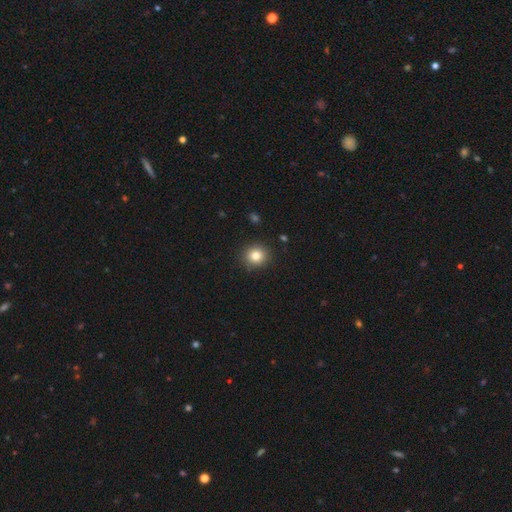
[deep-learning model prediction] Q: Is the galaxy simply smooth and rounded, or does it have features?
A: smooth — 82%.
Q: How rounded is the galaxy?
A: round — 89%.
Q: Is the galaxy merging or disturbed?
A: none — 90%.